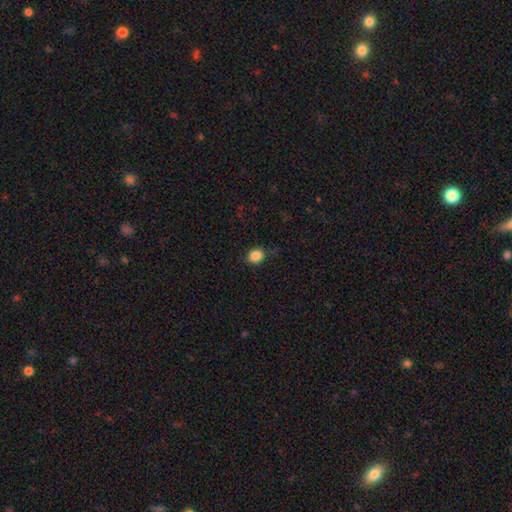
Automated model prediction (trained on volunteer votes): This is clearly a smooth galaxy (86%). How rounded: likely round (66%). Merging: clearly none (83%).